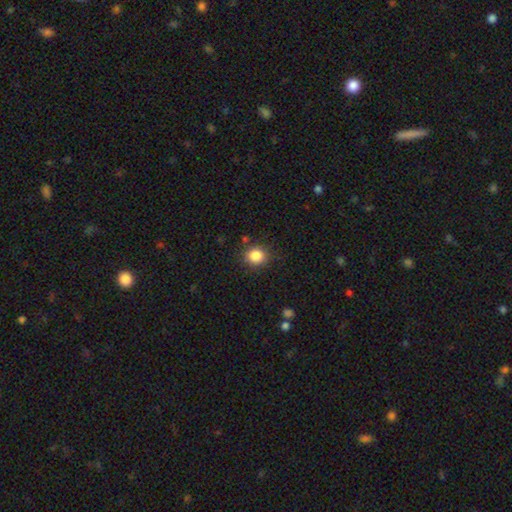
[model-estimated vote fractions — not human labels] Q: Smooth or featured?
A: smooth (85%); runner-up: star or artifact (10%)
Q: How rounded?
A: round (81%); runner-up: in between (18%)
Q: Merging?
A: none (85%); runner-up: minor disturbance (10%)